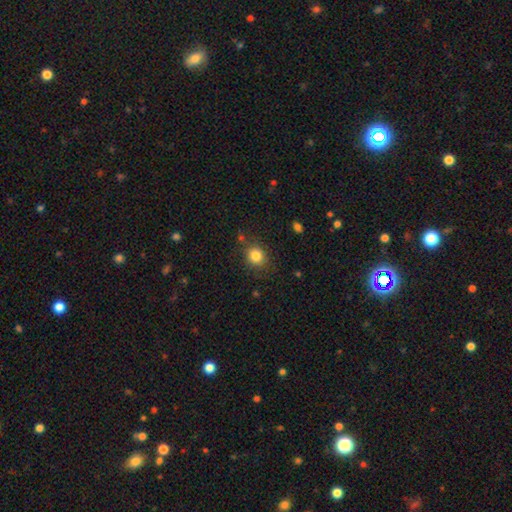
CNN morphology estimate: smooth 83%, star or artifact 11%, featured or disk 6%. Down the decision tree: how rounded — round (77%); merging — none (80%).